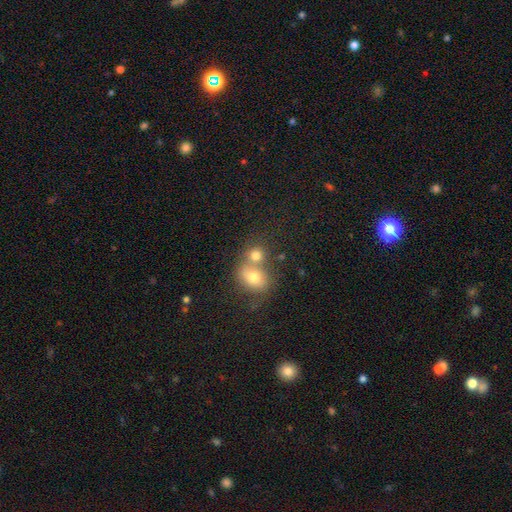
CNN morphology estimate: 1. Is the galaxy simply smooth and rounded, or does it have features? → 73% smooth, 15% featured or disk, 12% star or artifact.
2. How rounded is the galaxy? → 69% round, 30% in between, 1% cigar-shaped.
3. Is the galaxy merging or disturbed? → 55% merger, 34% none, 7% minor disturbance, 4% major disturbance.